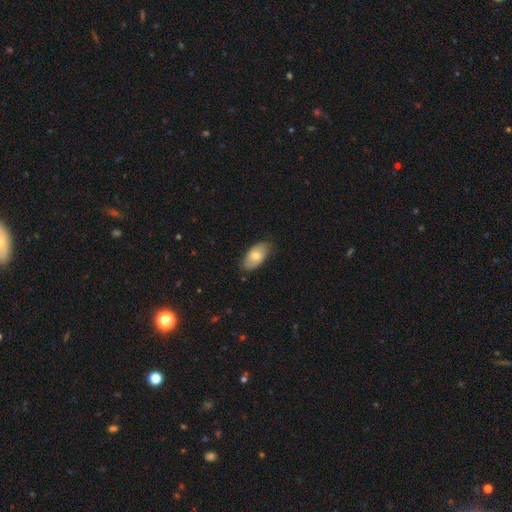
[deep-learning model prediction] A smooth galaxy with no disk features (71%) that is in between round and cigar-shaped (94%). Merging: none (79%).